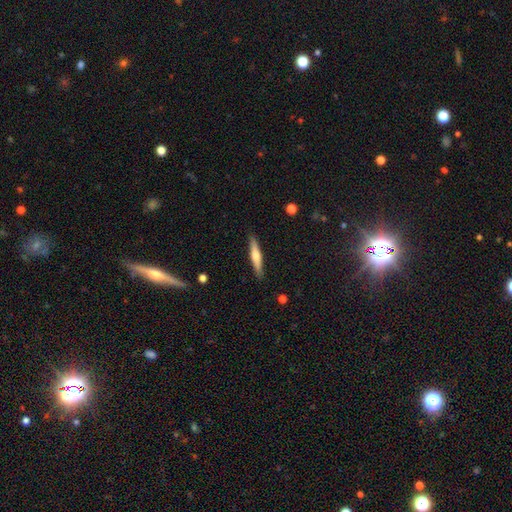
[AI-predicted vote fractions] Smooth or featured?
  - smooth: 49% *
  - featured or disk: 45%
  - star or artifact: 5%
Merging?
  - none: 90% *
  - minor disturbance: 7%
  - major disturbance: 1%
  - merger: 1%